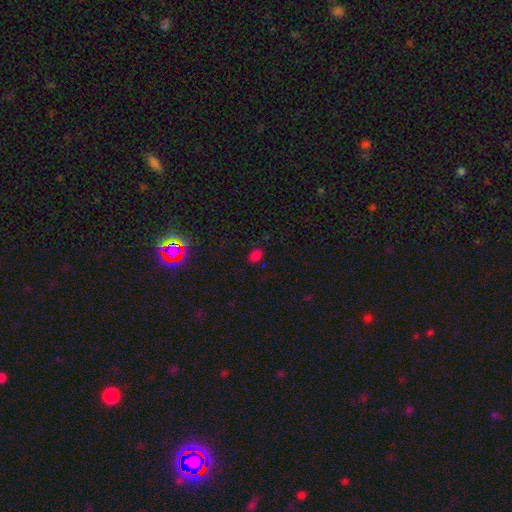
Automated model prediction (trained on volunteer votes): smooth-or-featured: smooth: 73% | star or artifact: 23% | featured or disk: 4%
  how-rounded: in between: 67% | round: 32% | cigar-shaped: 1%
  merging: none: 84% | minor disturbance: 11% | major disturbance: 3% | merger: 2%